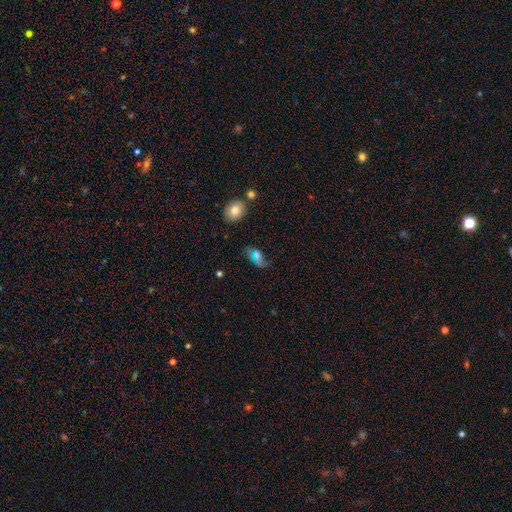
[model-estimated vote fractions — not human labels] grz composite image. It shows a smooth galaxy with no disk features (58%) that is in between round and cigar-shaped (83%). Merging: none (63%).